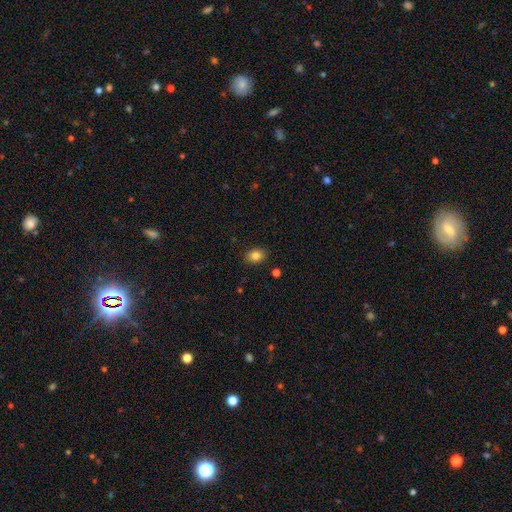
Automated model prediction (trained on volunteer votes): Smooth or featured? smooth (83%)
How rounded? in between (51%)
Merging? none (88%)